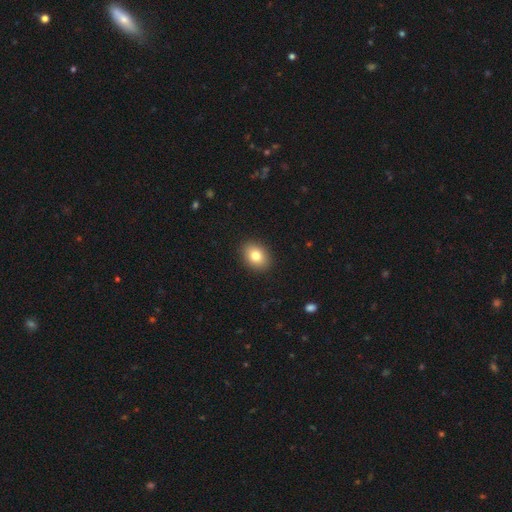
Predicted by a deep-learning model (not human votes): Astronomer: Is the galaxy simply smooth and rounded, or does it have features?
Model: smooth — 82%.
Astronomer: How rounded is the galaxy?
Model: in between — 65%.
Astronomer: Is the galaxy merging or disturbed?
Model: none — 90%.